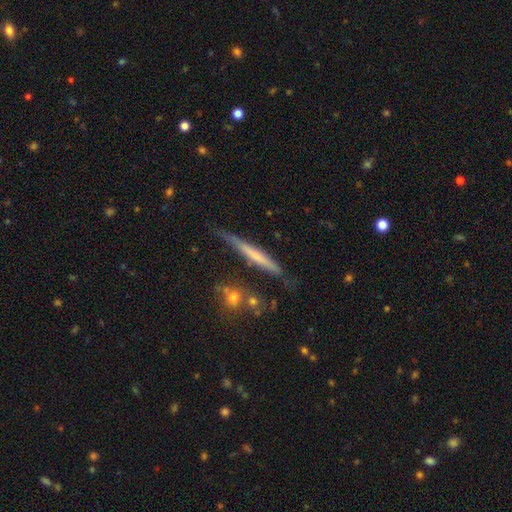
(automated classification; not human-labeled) Overall: featured or disk (50%; smooth 44%). Merging: none (70%).